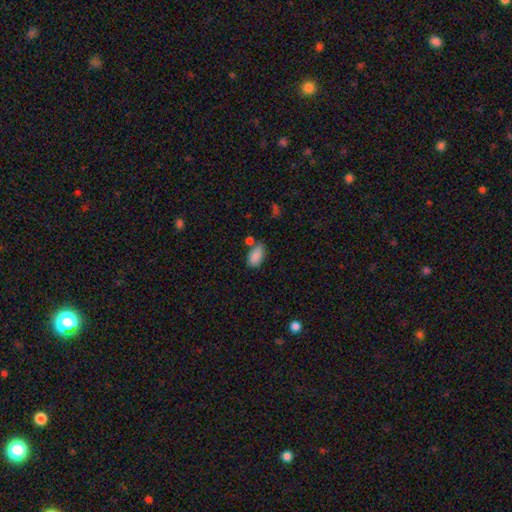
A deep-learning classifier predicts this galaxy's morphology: This is clearly a smooth galaxy (87%). How rounded: clearly in between (93%). Merging: possibly none (58%).